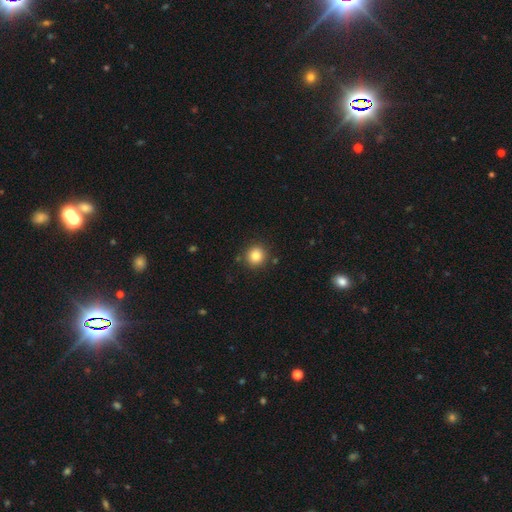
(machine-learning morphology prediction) This is clearly a smooth galaxy (84%). How rounded: clearly round (93%). Merging: clearly none (88%).